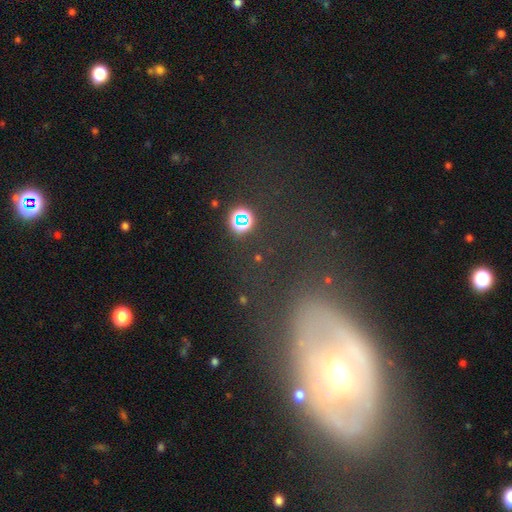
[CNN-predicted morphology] type=featured or disk (53%); edge-on=no (86%); merging=none (61%).